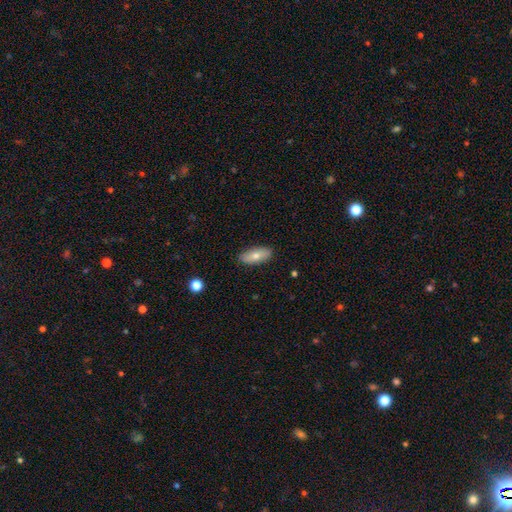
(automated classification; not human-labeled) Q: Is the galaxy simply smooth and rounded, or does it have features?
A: smooth — 73%.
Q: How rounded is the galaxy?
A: in between — 79%.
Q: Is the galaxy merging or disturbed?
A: none — 87%.